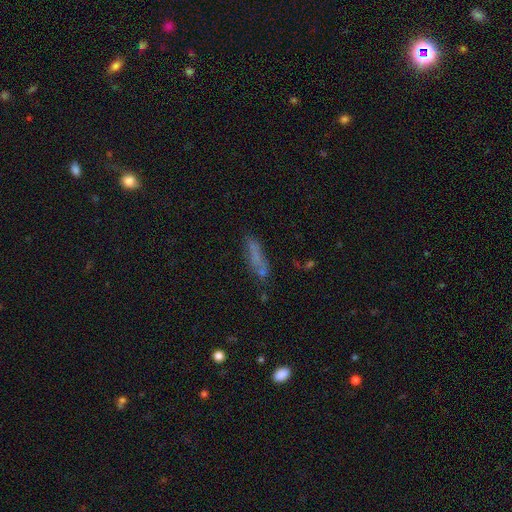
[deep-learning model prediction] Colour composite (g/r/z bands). It shows a smooth galaxy with no disk features (63%) that is cigar-shaped (74%). Merging: none (60%).